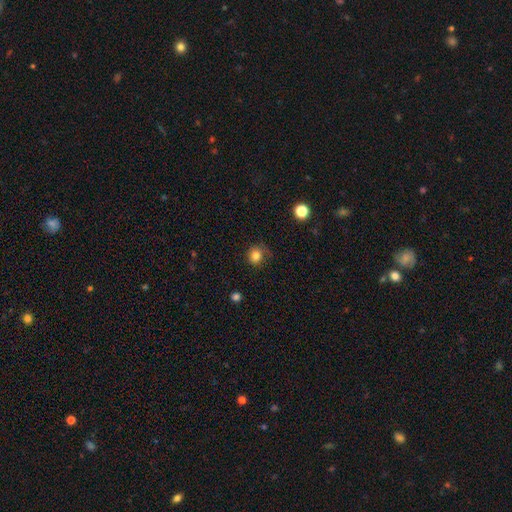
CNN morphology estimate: smooth-or-featured: smooth: 82% | star or artifact: 11% | featured or disk: 7%
  how-rounded: round: 81% | in between: 18% | cigar-shaped: 1%
  merging: none: 72% | minor disturbance: 19% | major disturbance: 7% | merger: 1%